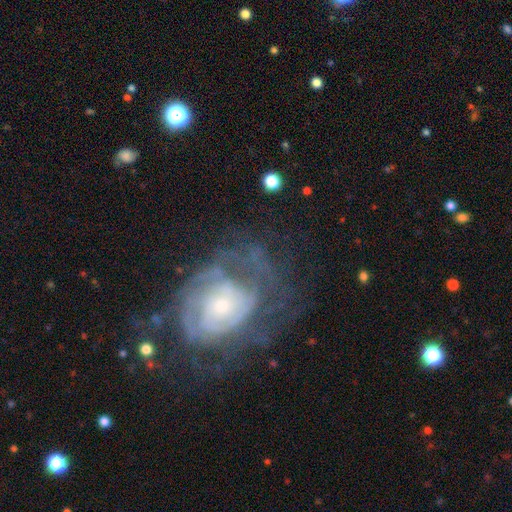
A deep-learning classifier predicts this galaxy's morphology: Smooth or featured: featured or disk — 75% (smooth — 15%)
Edge-on disk: no — 96% (yes — 4%)
Bar: no — 77% (weak — 19%)
Spiral arms: yes — 75% (no — 25%)
Spiral winding: tight — 65% (medium — 25%)
Spiral arm count: can't tell — 57% (2 — 17%)
Bulge size: small — 62% (moderate — 30%)
Merging: none — 56% (major disturbance — 21%)